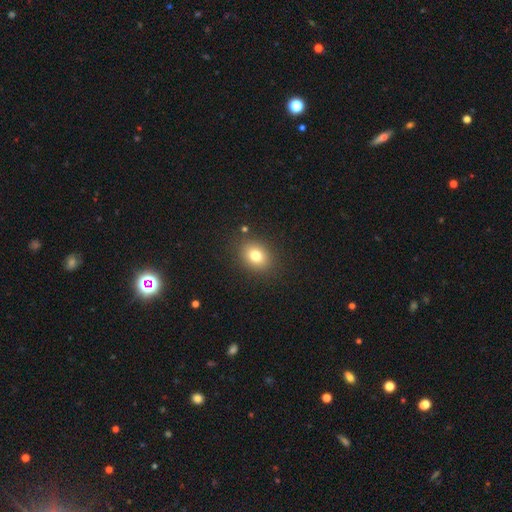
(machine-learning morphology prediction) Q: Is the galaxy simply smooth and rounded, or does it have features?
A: smooth — 79%.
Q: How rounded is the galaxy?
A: in between — 53%.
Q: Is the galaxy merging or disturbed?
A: none — 86%.